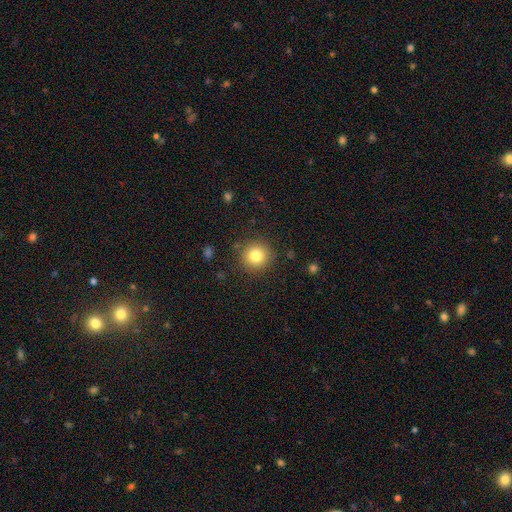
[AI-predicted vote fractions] Morphology: type=smooth (81%); roundness=round (93%); merging=none (88%).